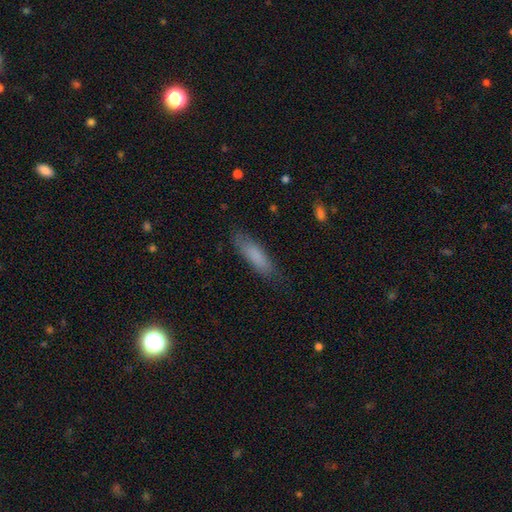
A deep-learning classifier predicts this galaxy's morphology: Smooth or featured? smooth (81%)
How rounded? cigar-shaped (61%)
Merging? none (79%)